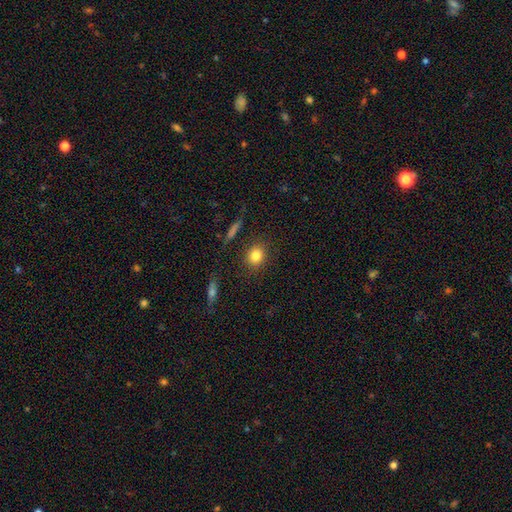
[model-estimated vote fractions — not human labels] Q: Smooth or featured?
A: smooth (82%); runner-up: star or artifact (11%)
Q: How rounded?
A: round (70%); runner-up: in between (29%)
Q: Merging?
A: none (85%); runner-up: minor disturbance (9%)